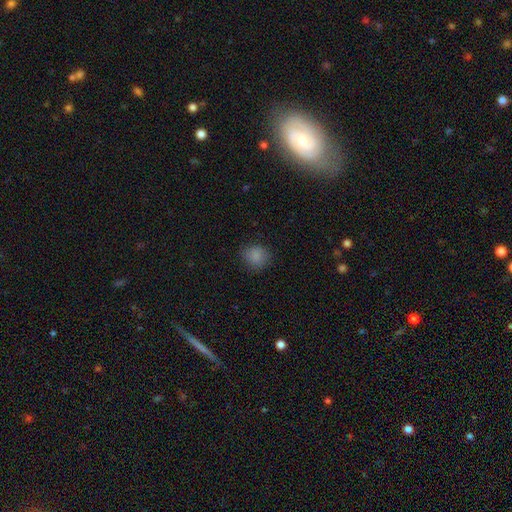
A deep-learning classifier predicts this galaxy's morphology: smooth_or_featured: smooth (p=0.86) [alt: star or artifact p=0.10]
how_rounded: round (p=0.77) [alt: in between p=0.22]
merging: none (p=0.84) [alt: minor disturbance p=0.12]